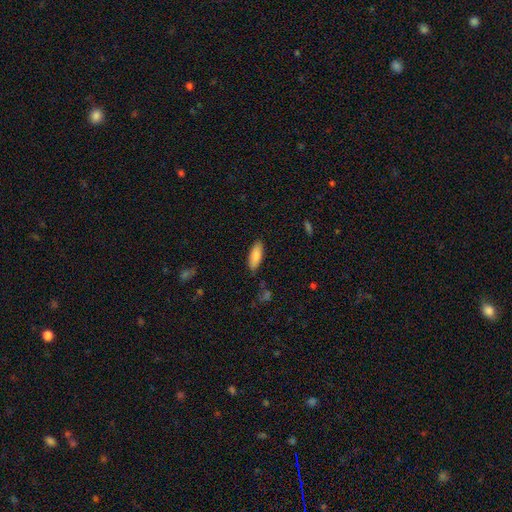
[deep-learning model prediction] The model was most divided on "how rounded": in between: 69%, cigar-shaped: 30%, round: 2%. More confident: smooth or featured — smooth (86%); merging — none (82%).